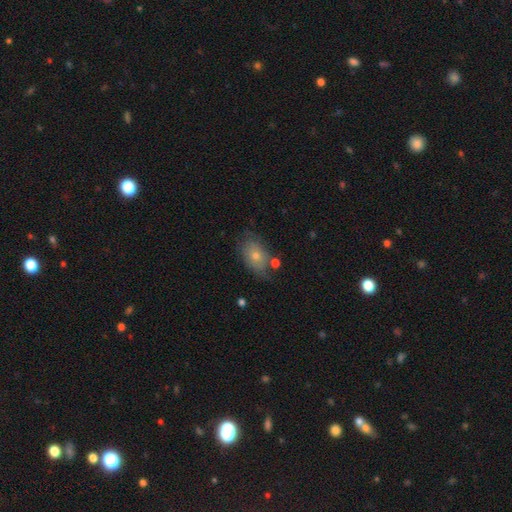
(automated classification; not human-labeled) A smooth galaxy with no disk features (56%) that is in between round and cigar-shaped (81%).

Vote fractions:
- Smooth or featured? smooth: 56% / featured or disk: 32% / star or artifact: 12%
- How rounded? in between: 81% / round: 17% / cigar-shaped: 2%
- Merging? none: 66% / minor disturbance: 20% / major disturbance: 7% / merger: 7%